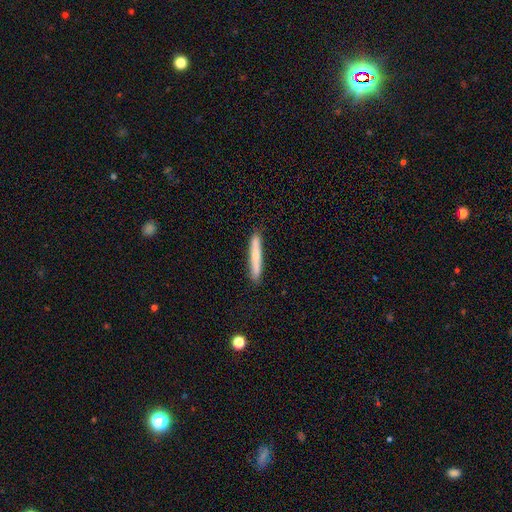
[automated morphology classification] Q: Smooth or featured?
A: smooth (61%); runner-up: featured or disk (33%)
Q: How rounded?
A: cigar-shaped (94%); runner-up: in between (4%)
Q: Merging?
A: none (88%); runner-up: minor disturbance (9%)